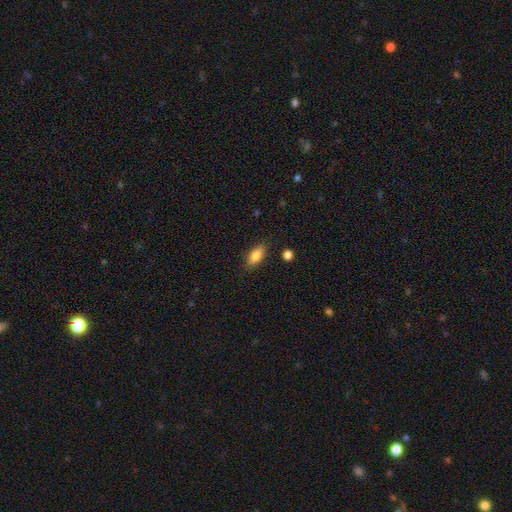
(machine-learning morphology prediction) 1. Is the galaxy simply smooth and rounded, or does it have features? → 84% smooth, 9% featured or disk, 8% star or artifact.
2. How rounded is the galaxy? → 87% in between, 8% cigar-shaped, 5% round.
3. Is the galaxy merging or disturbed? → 85% none, 11% minor disturbance, 3% major disturbance, 2% merger.